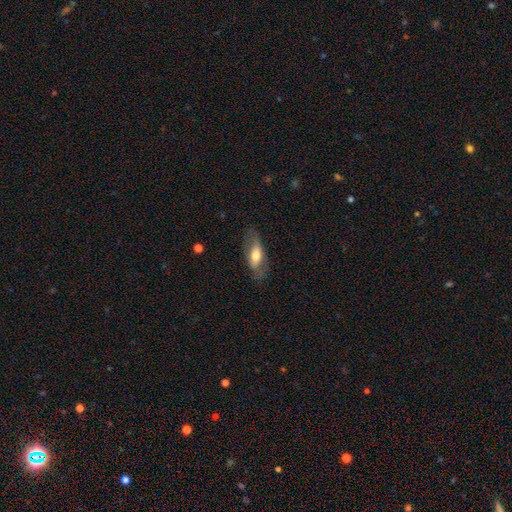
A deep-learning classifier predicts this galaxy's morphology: The model was most divided on "smooth or featured": smooth: 50%, featured or disk: 44%, star or artifact: 6%. More confident: merging — none (73%).